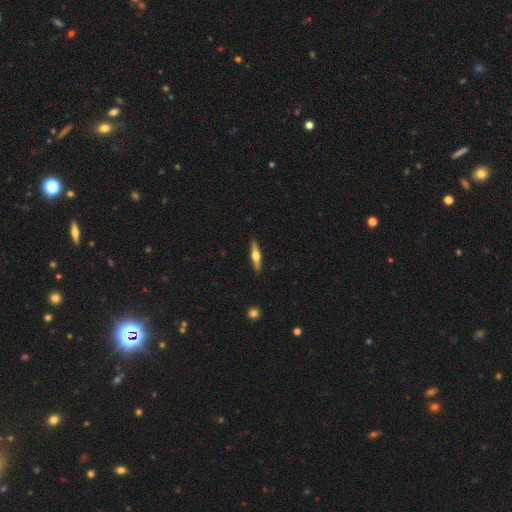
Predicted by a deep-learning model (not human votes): smooth-or-featured: featured or disk: 65% | smooth: 30% | star or artifact: 5%
  disk-edge-on: yes: 97% | no: 3%
    edge-on-bulge: rounded: 93% | boxy: 5% | none: 2%
  merging: none: 90% | minor disturbance: 7% | major disturbance: 2% | merger: 1%